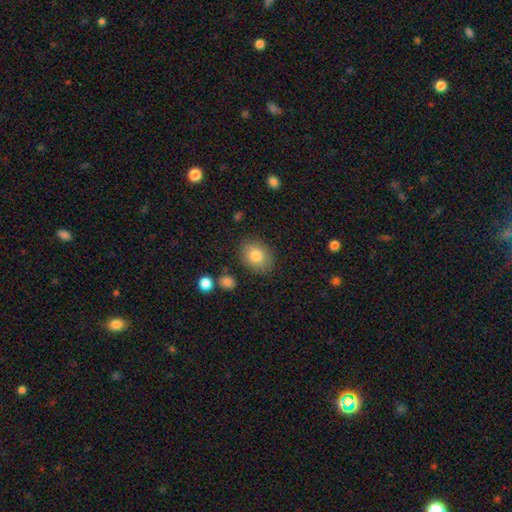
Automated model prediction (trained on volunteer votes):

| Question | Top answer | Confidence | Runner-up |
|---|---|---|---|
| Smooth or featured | smooth | 81% | featured or disk (11%) |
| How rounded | in between | 60% | round (39%) |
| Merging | none | 83% | minor disturbance (11%) |